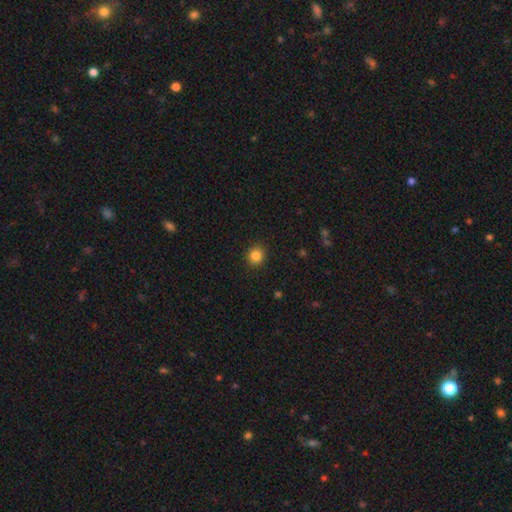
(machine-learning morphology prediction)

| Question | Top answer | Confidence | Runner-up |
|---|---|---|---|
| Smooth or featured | smooth | 84% | star or artifact (11%) |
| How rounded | round | 88% | in between (11%) |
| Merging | none | 91% | minor disturbance (6%) |